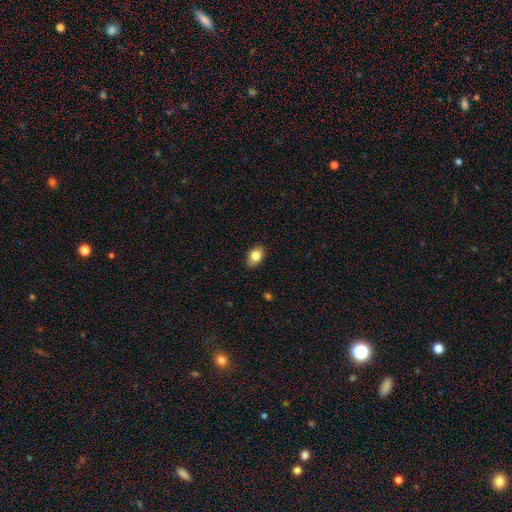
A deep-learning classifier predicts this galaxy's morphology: smooth-or-featured: smooth: 83% | featured or disk: 9% | star or artifact: 8%
  how-rounded: in between: 81% | round: 18% | cigar-shaped: 1%
  merging: none: 86% | minor disturbance: 11% | major disturbance: 2% | merger: 1%